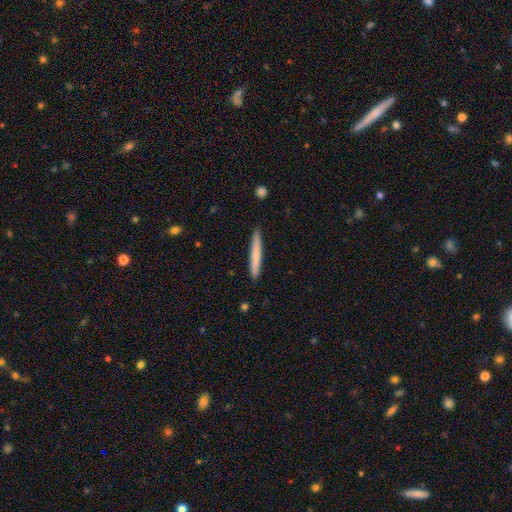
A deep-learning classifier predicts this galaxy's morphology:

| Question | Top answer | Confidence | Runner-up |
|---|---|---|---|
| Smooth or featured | smooth | 72% | featured or disk (23%) |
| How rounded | cigar-shaped | 96% | in between (3%) |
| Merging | none | 90% | minor disturbance (7%) |